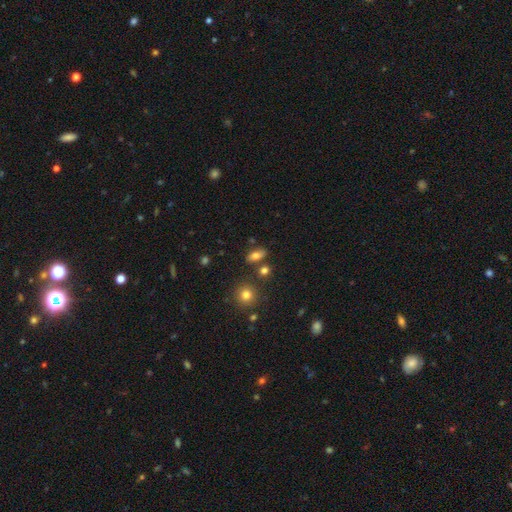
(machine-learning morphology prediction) type=smooth (76%); roundness=in between (83%); merging=none (78%).